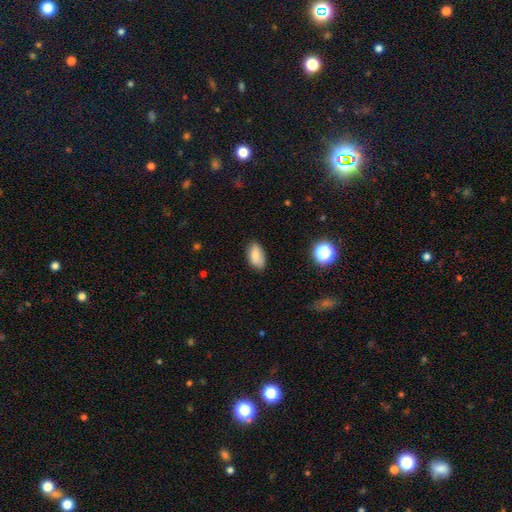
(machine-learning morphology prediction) A smooth galaxy with no disk features (78%) that is in between round and cigar-shaped (92%).

Vote fractions:
- Smooth or featured? smooth: 78% / featured or disk: 14% / star or artifact: 9%
- How rounded? in between: 92% / round: 5% / cigar-shaped: 3%
- Merging? none: 75% / minor disturbance: 20% / major disturbance: 4% / merger: 2%